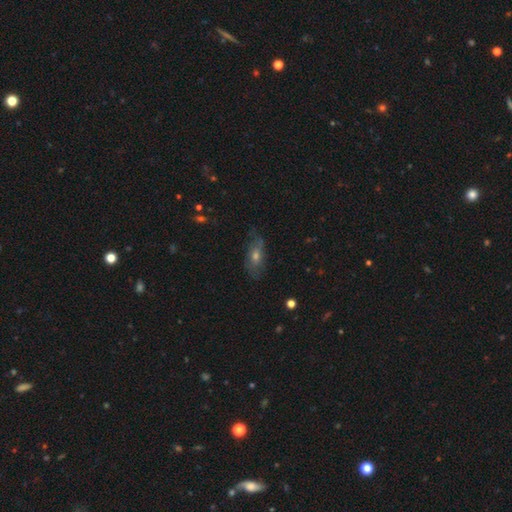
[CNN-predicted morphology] smooth-or-featured: featured or disk: 43% | smooth: 42% | star or artifact: 15%
  merging: none: 70% | minor disturbance: 21% | major disturbance: 7% | merger: 2%